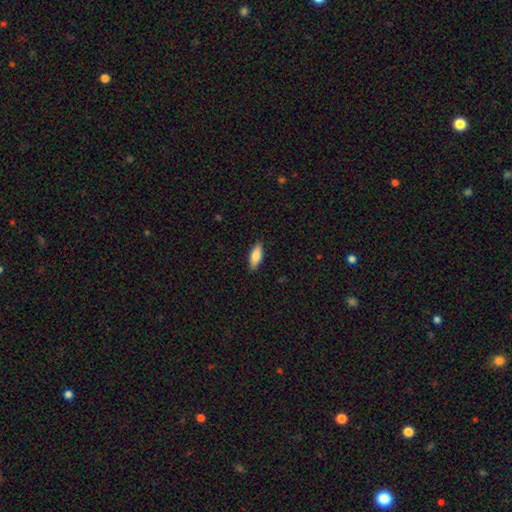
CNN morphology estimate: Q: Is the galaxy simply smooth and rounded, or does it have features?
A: smooth — 81%.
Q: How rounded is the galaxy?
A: in between — 72%.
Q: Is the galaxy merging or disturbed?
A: none — 88%.